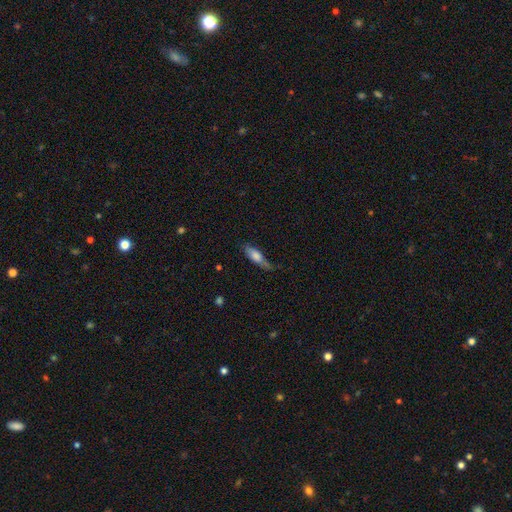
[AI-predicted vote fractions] Morphology: type=smooth (69%); roundness=in between (52%); merging=none (49%).